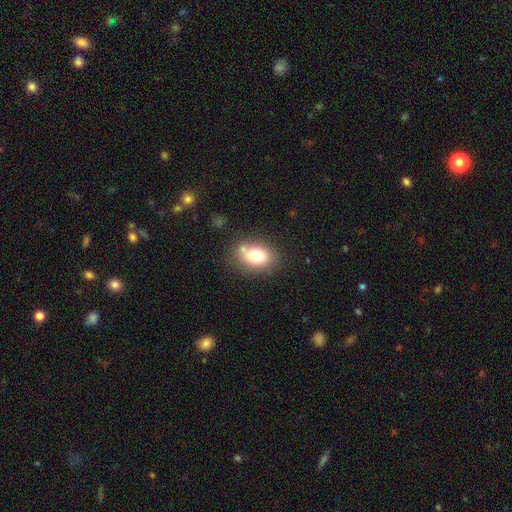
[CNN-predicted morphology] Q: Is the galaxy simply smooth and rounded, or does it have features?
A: smooth — 76%.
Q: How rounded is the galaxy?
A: in between — 73%.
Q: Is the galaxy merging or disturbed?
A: none — 65%.